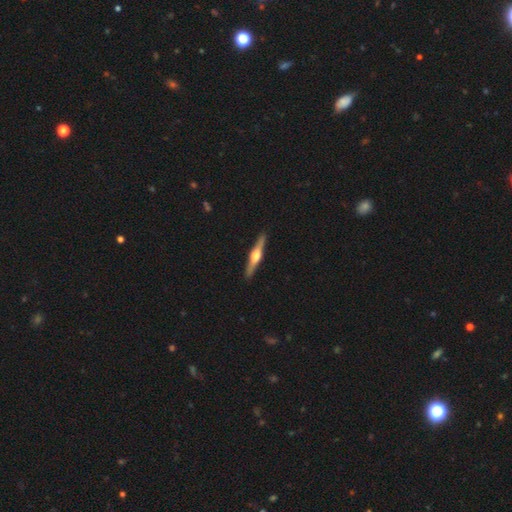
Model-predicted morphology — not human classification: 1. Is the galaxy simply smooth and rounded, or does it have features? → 76% featured or disk, 19% smooth, 5% star or artifact.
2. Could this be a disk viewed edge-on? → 98% yes, 2% no.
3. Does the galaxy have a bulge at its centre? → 94% rounded, 4% boxy, 2% none.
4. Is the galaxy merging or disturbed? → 92% none, 6% minor disturbance, 1% major disturbance, 1% merger.